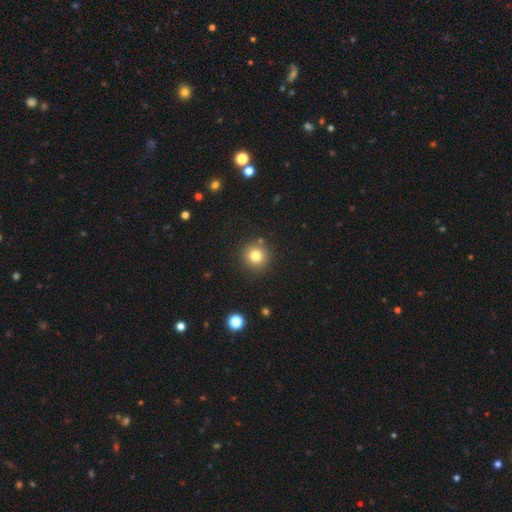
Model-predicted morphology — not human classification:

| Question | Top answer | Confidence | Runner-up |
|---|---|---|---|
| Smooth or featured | smooth | 79% | star or artifact (13%) |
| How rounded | round | 93% | in between (6%) |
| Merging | none | 87% | minor disturbance (7%) |